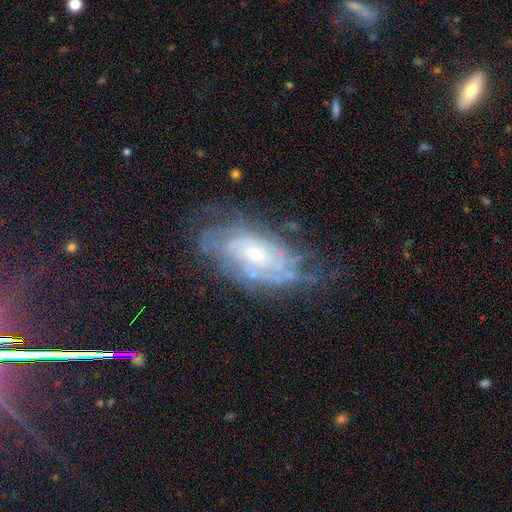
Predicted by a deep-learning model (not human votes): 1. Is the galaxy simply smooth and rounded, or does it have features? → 84% featured or disk, 9% smooth, 6% star or artifact.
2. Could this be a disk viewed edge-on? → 94% no, 6% yes.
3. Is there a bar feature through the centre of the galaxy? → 74% no, 21% weak, 5% strong.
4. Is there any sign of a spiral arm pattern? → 92% yes, 8% no.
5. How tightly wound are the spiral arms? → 72% tight, 23% medium, 6% loose.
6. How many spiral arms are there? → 48% can't tell, 14% 2, 13% 4, 12% 3, 8% more than 4, 5% 1.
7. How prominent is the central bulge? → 66% small, 30% moderate, 2% large, 1% none, 1% dominant.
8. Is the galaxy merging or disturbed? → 63% none, 23% minor disturbance, 12% major disturbance, 2% merger.